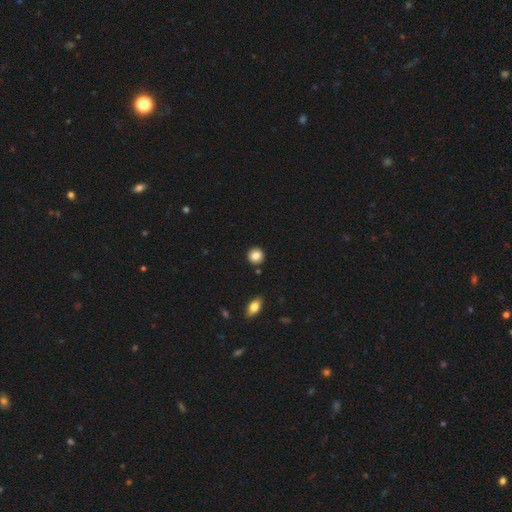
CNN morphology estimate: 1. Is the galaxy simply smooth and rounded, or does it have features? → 84% smooth, 9% star or artifact, 7% featured or disk.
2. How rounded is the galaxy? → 90% round, 9% in between, 1% cigar-shaped.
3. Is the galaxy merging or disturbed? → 89% none, 6% minor disturbance, 3% merger, 2% major disturbance.